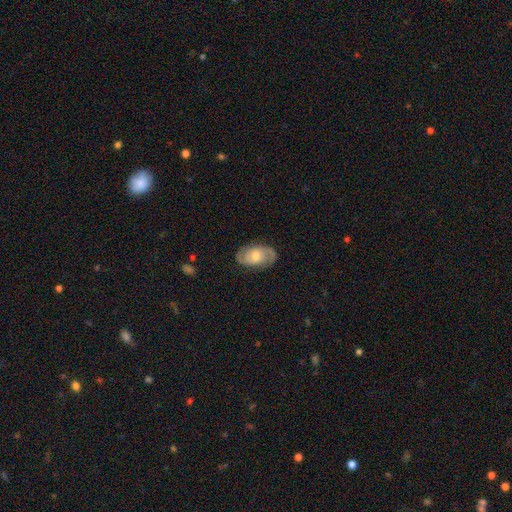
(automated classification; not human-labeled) A featured or disk galaxy (70%) with no bar (59%), 2 (84%) medium (44%) spiral arms (88%) and a moderate central bulge (65%).

Vote fractions:
- Smooth or featured? featured or disk: 70% / smooth: 24% / star or artifact: 6%
- Edge-on disk? no: 95% / yes: 5%
- Bar? no: 59% / weak: 35% / strong: 6%
- Spiral arms? yes: 88% / no: 12%
- Spiral winding? medium: 44% / tight: 40% / loose: 15%
- Spiral arm count? 2: 84% / can't tell: 10% / 3: 2% / 1: 2% / 4: 1% / more than 4: 1%
- Bulge size? moderate: 65% / small: 24% / large: 8% / none: 2% / dominant: 1%
- Merging? none: 82% / minor disturbance: 13% / major disturbance: 4% / merger: 1%